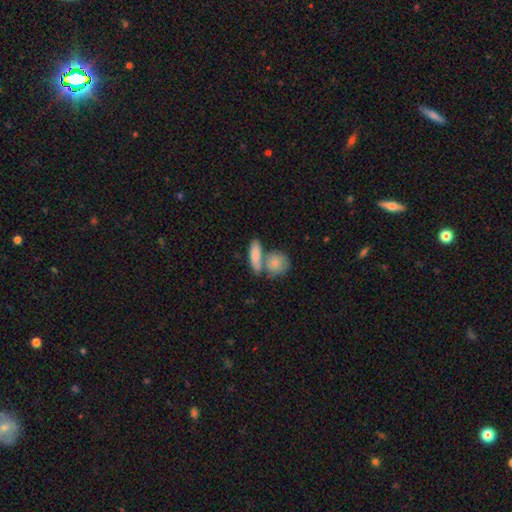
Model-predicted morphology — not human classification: Smooth or featured? Predicted: smooth (p=0.80). How rounded? Predicted: in between (p=0.57). Merging? Predicted: none (p=0.46).